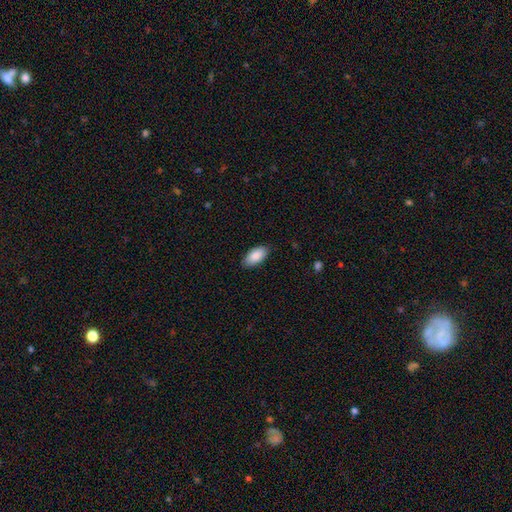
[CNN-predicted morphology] Smooth or featured? Predicted: smooth (p=0.89). How rounded? Predicted: in between (p=0.94). Merging? Predicted: none (p=0.86).